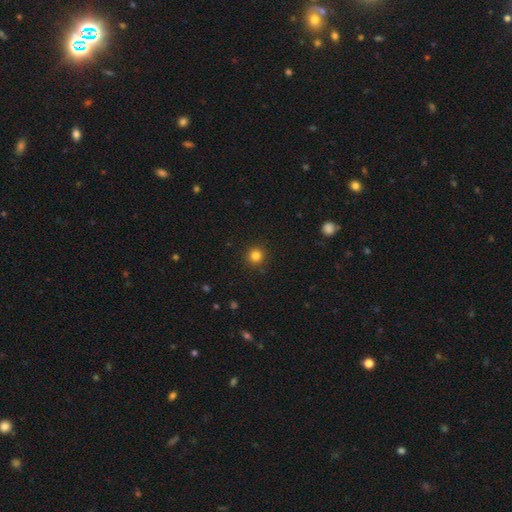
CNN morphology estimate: The model was most divided on "smooth or featured": smooth: 83%, star or artifact: 12%, featured or disk: 4%. More confident: how rounded — round (94%); merging — none (91%).